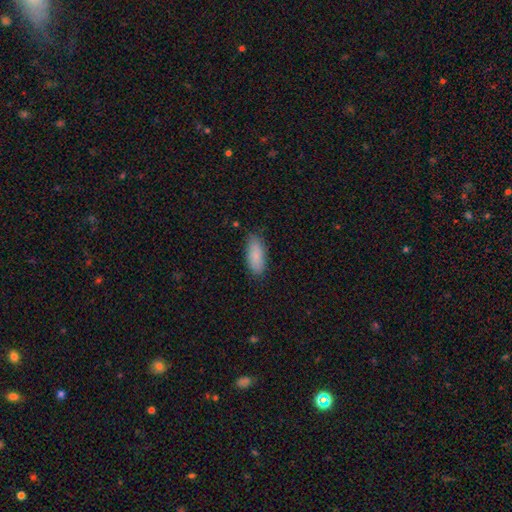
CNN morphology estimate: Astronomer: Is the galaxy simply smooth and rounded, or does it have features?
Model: smooth — 87%.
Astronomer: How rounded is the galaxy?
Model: in between — 80%.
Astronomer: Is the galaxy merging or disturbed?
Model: none — 80%.